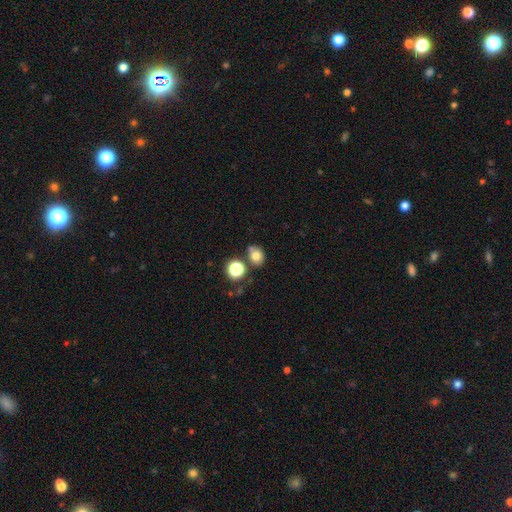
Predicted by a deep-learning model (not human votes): Overall: smooth (76%). How rounded: round (65%; in between 34%). Merging: none (62%).